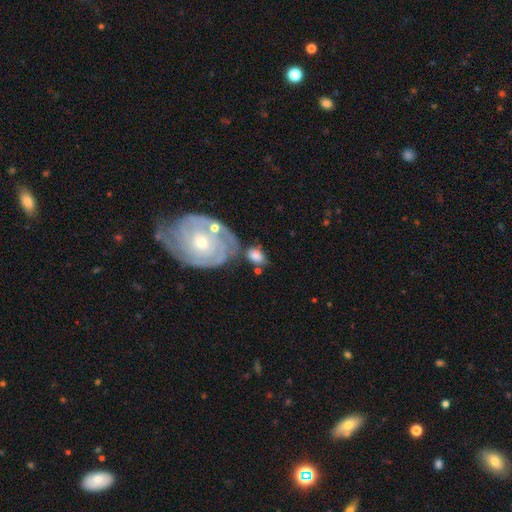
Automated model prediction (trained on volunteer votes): Smooth or featured: smooth — 61% (featured or disk — 32%)
How rounded: in between — 80% (round — 17%)
Merging: none — 48% (merger — 21%)